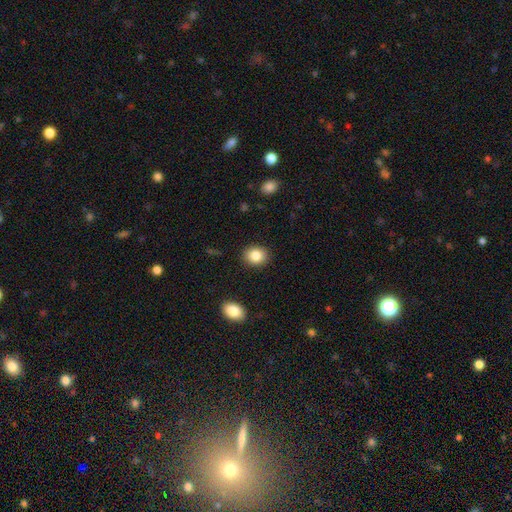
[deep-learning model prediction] Smooth or featured? Predicted: smooth (p=0.84). How rounded? Predicted: round (p=0.59). Merging? Predicted: none (p=0.89).